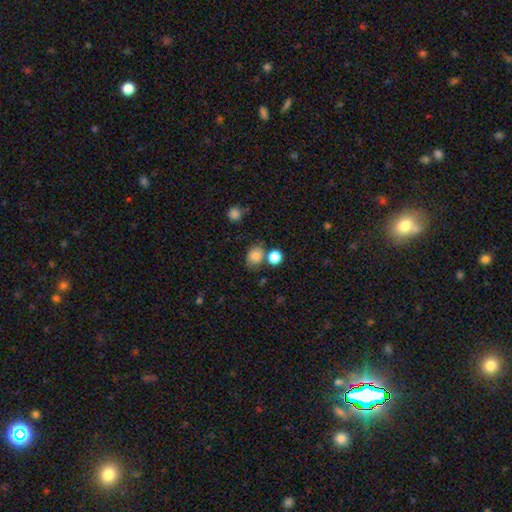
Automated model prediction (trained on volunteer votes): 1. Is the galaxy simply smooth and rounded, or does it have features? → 80% smooth, 12% star or artifact, 8% featured or disk.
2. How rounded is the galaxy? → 59% round, 40% in between, 1% cigar-shaped.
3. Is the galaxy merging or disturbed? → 67% none, 14% merger, 14% minor disturbance, 4% major disturbance.